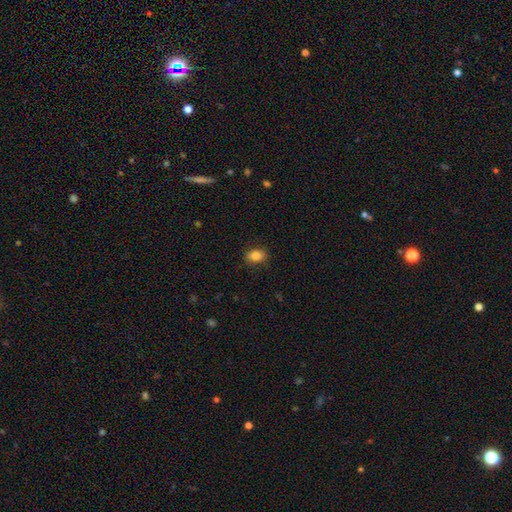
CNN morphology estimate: This appears to be a smooth galaxy with no disk features (85%) that is in between round and cigar-shaped (71%). Merging: none (87%).